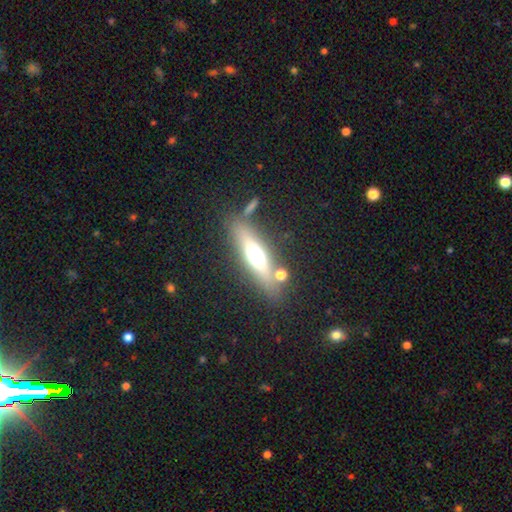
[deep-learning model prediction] featured or disk 49%, smooth 40%, star or artifact 11%. Down the decision tree: merging — none (76%).